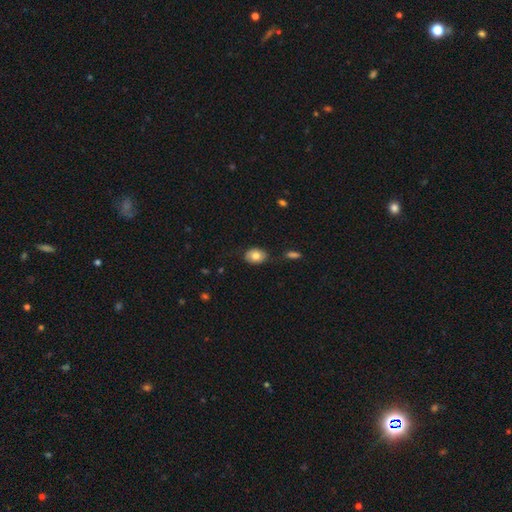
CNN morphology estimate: Overall: smooth (76%). How rounded: in between (74%). Merging: none (77%).